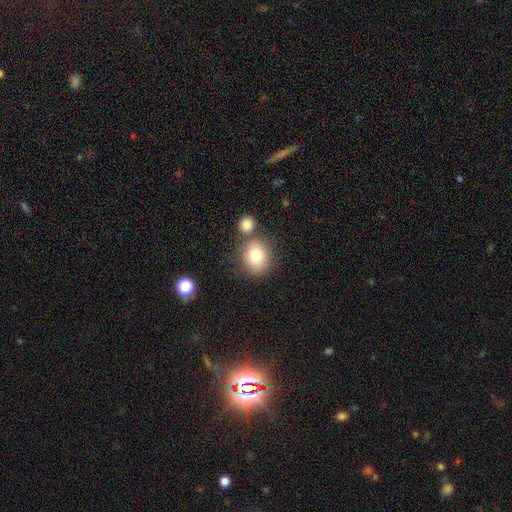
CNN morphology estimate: Smooth or featured: smooth — 81% (featured or disk — 10%)
How rounded: round — 68% (in between — 31%)
Merging: none — 66% (merger — 19%)